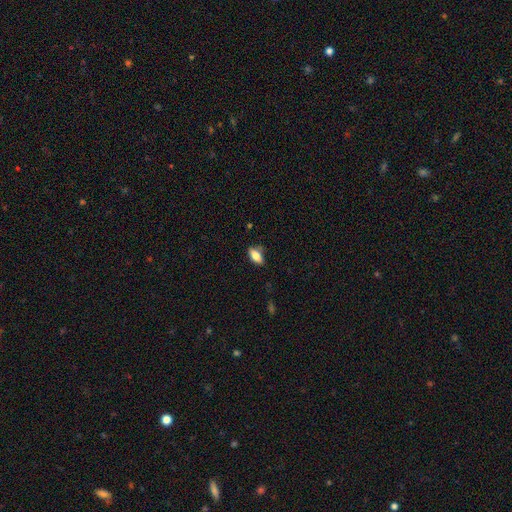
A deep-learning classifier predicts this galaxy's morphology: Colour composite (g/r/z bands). It shows a smooth galaxy with no disk features (74%) that is in between round and cigar-shaped (85%). Merging: none (75%).